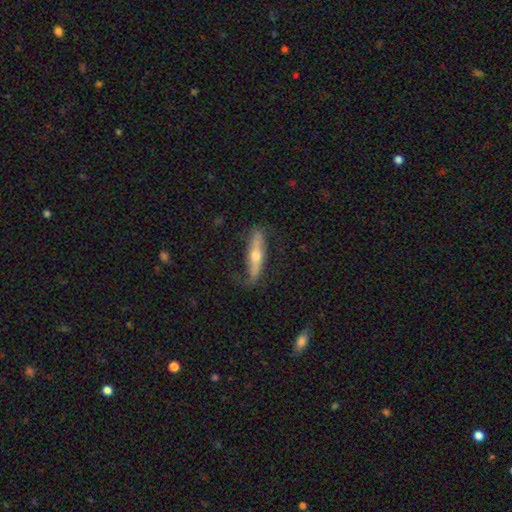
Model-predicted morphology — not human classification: Smooth or featured? featured or disk (67%)
Edge-on disk? yes (70%)
Merging? none (70%)